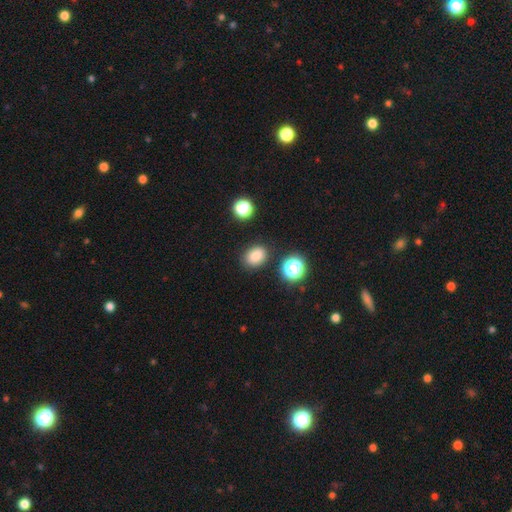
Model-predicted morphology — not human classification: smooth-or-featured: smooth: 82% | star or artifact: 12% | featured or disk: 5%
  how-rounded: in between: 60% | round: 39% | cigar-shaped: 1%
  merging: none: 83% | minor disturbance: 10% | merger: 3% | major disturbance: 3%